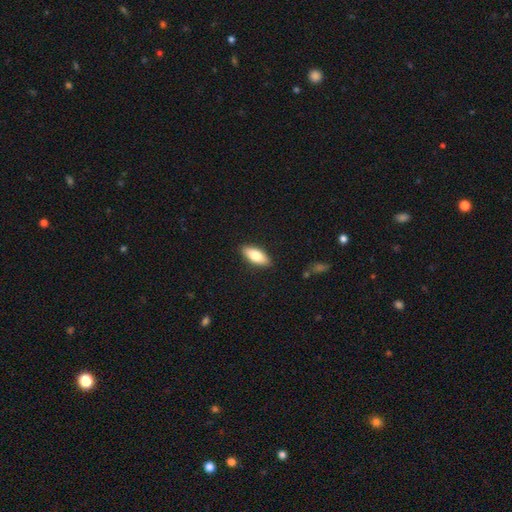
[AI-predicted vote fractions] A smooth galaxy with no disk features (77%) that is in between round and cigar-shaped (81%). Merging: none (89%).